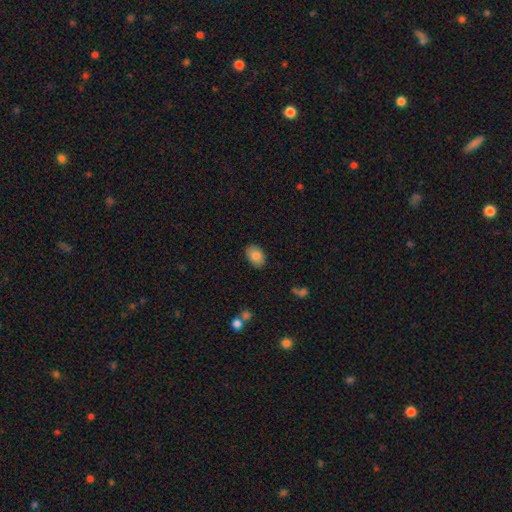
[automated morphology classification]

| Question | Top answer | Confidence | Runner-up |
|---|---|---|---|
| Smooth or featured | smooth | 84% | featured or disk (9%) |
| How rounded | in between | 85% | round (14%) |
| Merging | none | 86% | minor disturbance (10%) |